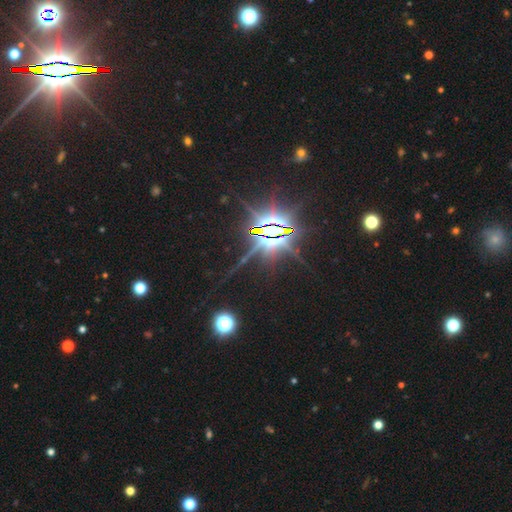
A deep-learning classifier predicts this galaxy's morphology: Smooth or featured?
  - star or artifact: 86% *
  - featured or disk: 9%
  - smooth: 5%